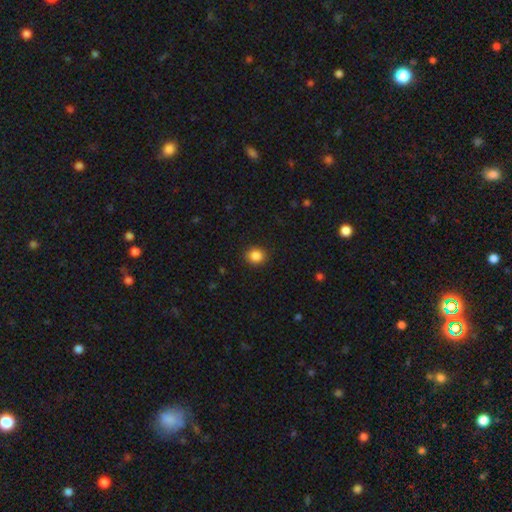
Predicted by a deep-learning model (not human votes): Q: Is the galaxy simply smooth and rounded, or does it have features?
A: smooth — 86%.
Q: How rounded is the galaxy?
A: round — 83%.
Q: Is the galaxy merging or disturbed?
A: none — 91%.